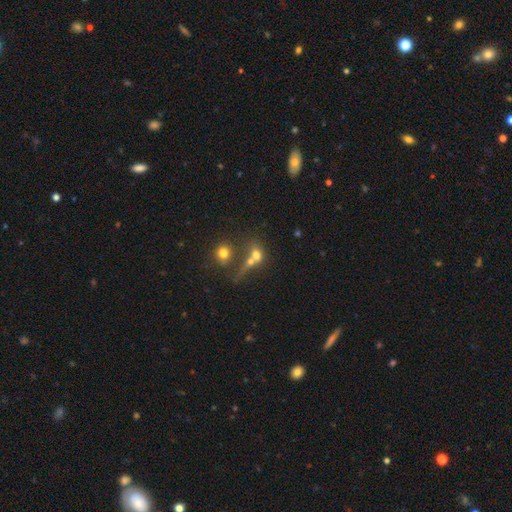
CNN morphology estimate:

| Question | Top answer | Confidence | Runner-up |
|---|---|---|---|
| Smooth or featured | smooth | 62% | featured or disk (21%) |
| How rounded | round | 53% | in between (42%) |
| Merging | merger | 55% | none (27%) |